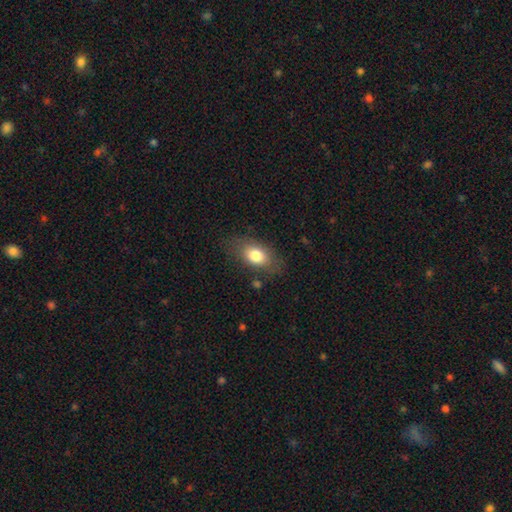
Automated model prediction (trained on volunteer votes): A smooth galaxy with no disk features (78%) that is in between round and cigar-shaped (85%). Merging: none (74%).